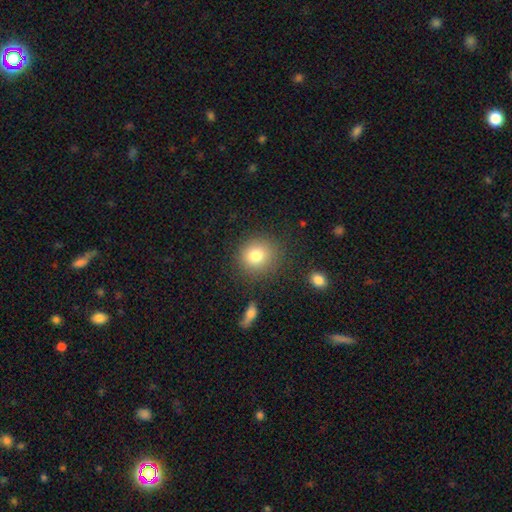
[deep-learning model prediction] This is clearly a smooth galaxy (81%). How rounded: clearly round (85%). Merging: clearly none (83%).